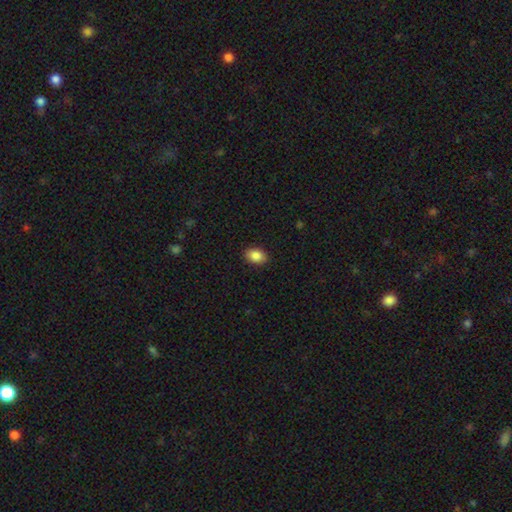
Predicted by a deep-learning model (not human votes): Smooth or featured: smooth — 87% (star or artifact — 8%)
How rounded: in between — 80% (round — 19%)
Merging: none — 90% (minor disturbance — 7%)